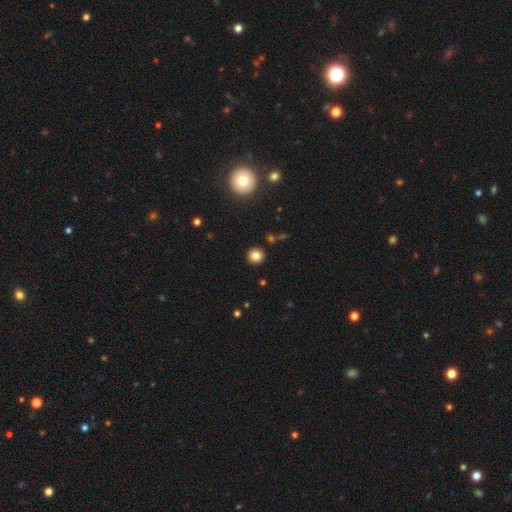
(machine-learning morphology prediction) Smooth or featured? Predicted: smooth (p=0.82). How rounded? Predicted: round (p=0.94). Merging? Predicted: none (p=0.91).